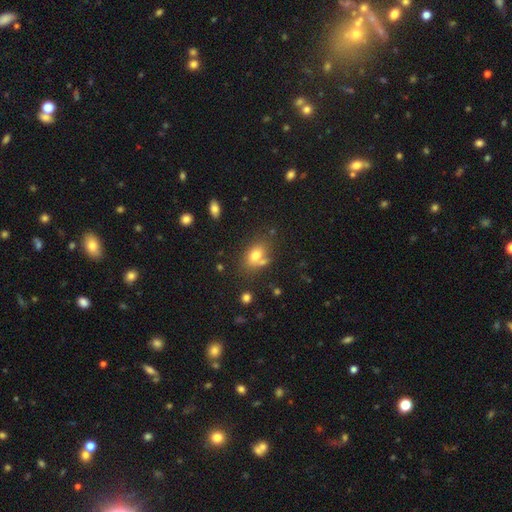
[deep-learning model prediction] Smooth or featured: smooth — 75% (featured or disk — 13%)
How rounded: in between — 77% (round — 21%)
Merging: none — 57% (merger — 21%)